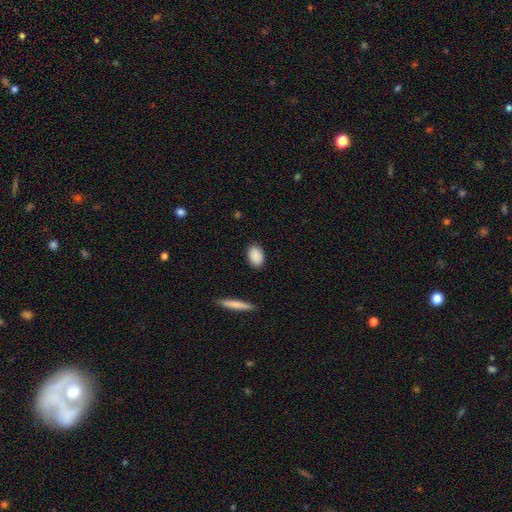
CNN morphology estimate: A smooth galaxy with no disk features (89%) that is in between round and cigar-shaped (85%). Merging: none (87%).